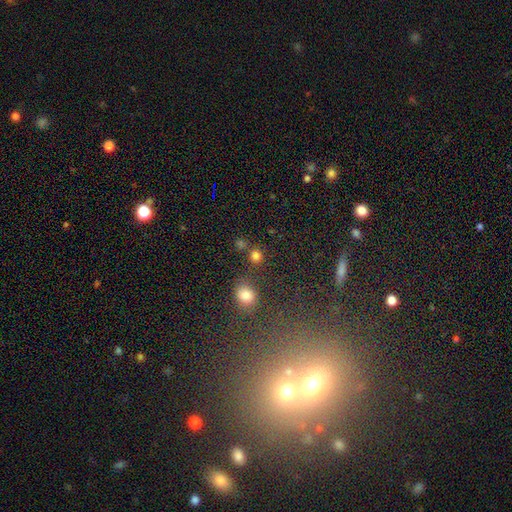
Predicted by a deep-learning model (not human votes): smooth 79%, star or artifact 16%, featured or disk 5%. Down the decision tree: how rounded — round (90%); merging — none (75%).